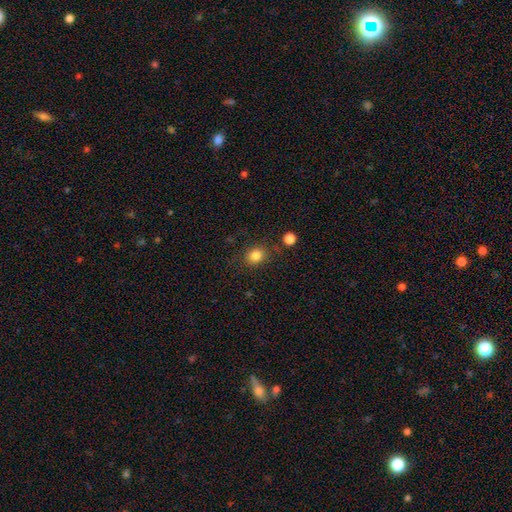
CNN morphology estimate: This is clearly a smooth galaxy (83%). How rounded: likely round (69%). Merging: likely none (80%).